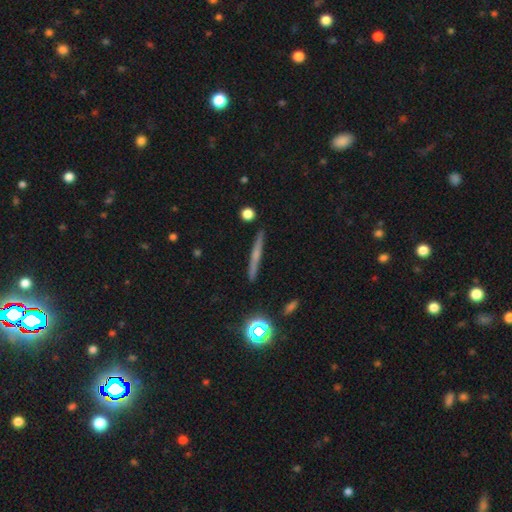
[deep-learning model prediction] A featured or disk galaxy (53%) viewed edge-on (97%) with no central bulge (49%). Merging: none (91%).